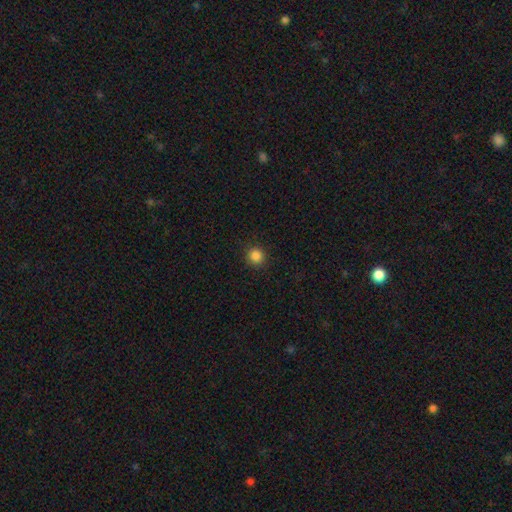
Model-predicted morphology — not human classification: Smooth or featured? smooth (85%)
How rounded? round (92%)
Merging? none (91%)